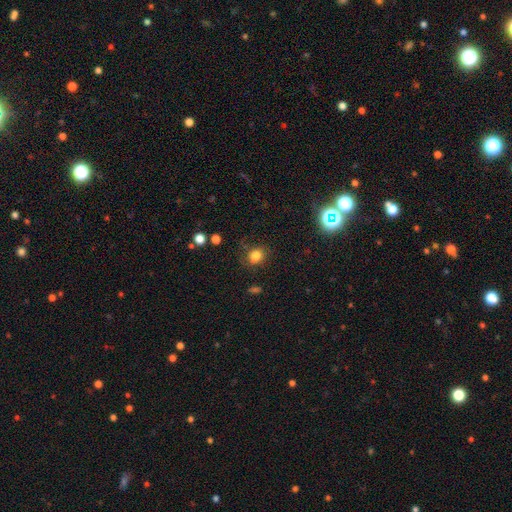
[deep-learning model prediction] This appears to be a smooth galaxy with no disk features (80%) that is round (64%). Merging: none (76%).